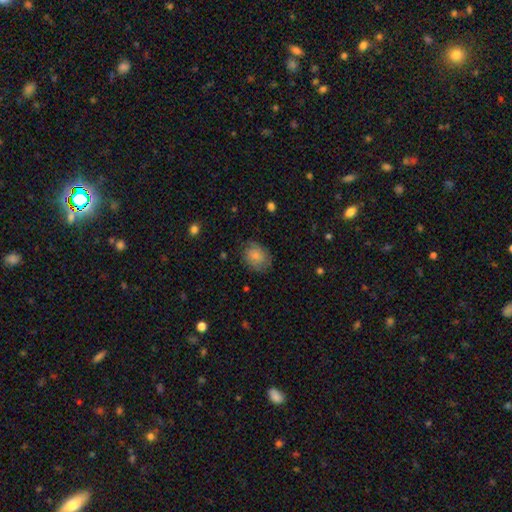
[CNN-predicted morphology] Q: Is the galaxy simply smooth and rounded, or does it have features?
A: smooth — 76%.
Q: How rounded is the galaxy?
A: in between — 59%.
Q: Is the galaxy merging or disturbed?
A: none — 73%.